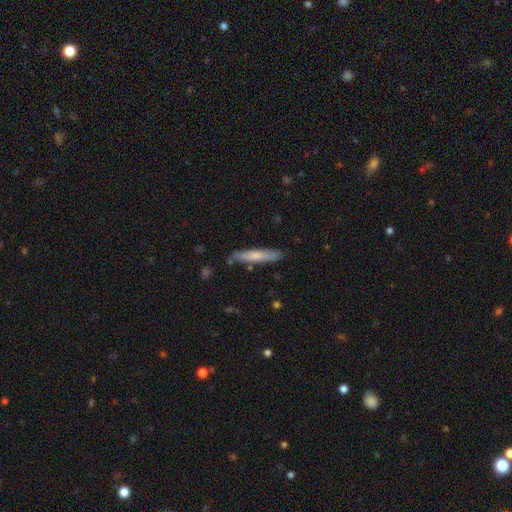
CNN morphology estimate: smooth-or-featured: smooth: 65% | featured or disk: 29% | star or artifact: 6%
  how-rounded: cigar-shaped: 91% | in between: 8% | round: 1%
  merging: none: 83% | minor disturbance: 13% | merger: 2% | major disturbance: 2%